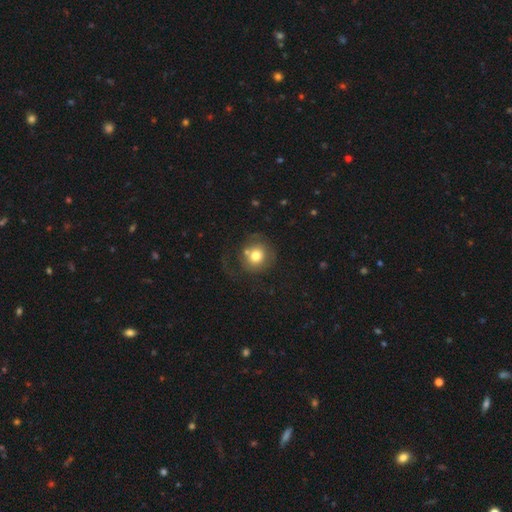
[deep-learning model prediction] Smooth or featured?
  - smooth: 69% *
  - featured or disk: 21%
  - star or artifact: 10%
How rounded?
  - round: 88% *
  - in between: 11%
  - cigar-shaped: 1%
Merging?
  - none: 55% *
  - major disturbance: 20%
  - minor disturbance: 17%
  - merger: 8%